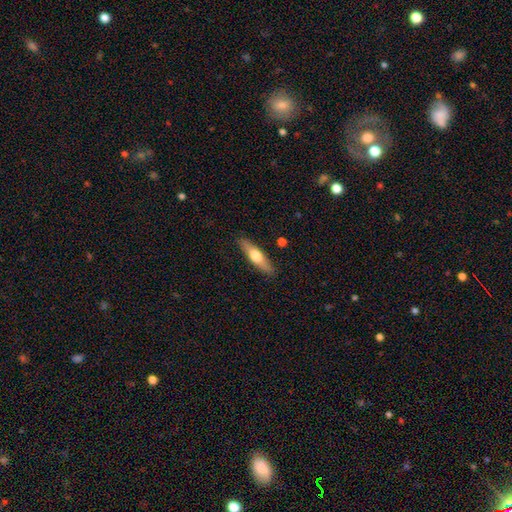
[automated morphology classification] A smooth galaxy with no disk features (52%) that is cigar-shaped (71%).

Vote fractions:
- Smooth or featured? smooth: 52% / featured or disk: 42% / star or artifact: 6%
- How rounded? cigar-shaped: 71% / in between: 27% / round: 2%
- Merging? none: 87% / minor disturbance: 9% / major disturbance: 2% / merger: 2%